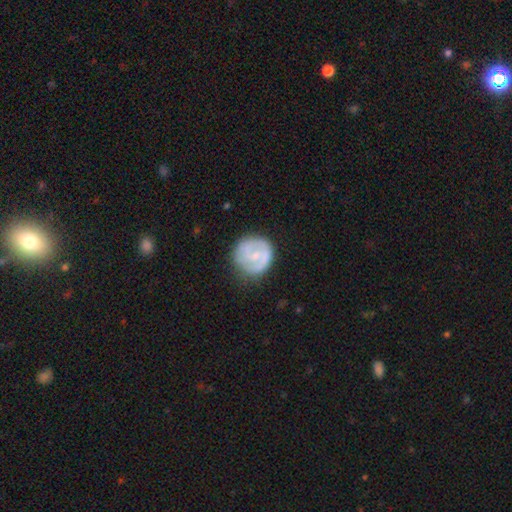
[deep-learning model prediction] featured or disk 53%, smooth 41%, star or artifact 6%. Down the decision tree: edge-on disk — no (98%); bar — no (53%); spiral arms — yes (65%); bulge size — small (56%); merging — none (73%).